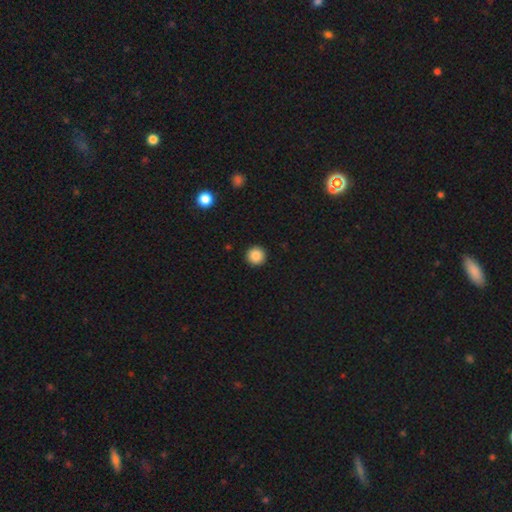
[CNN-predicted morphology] type=smooth (87%); roundness=round (96%); merging=none (94%).